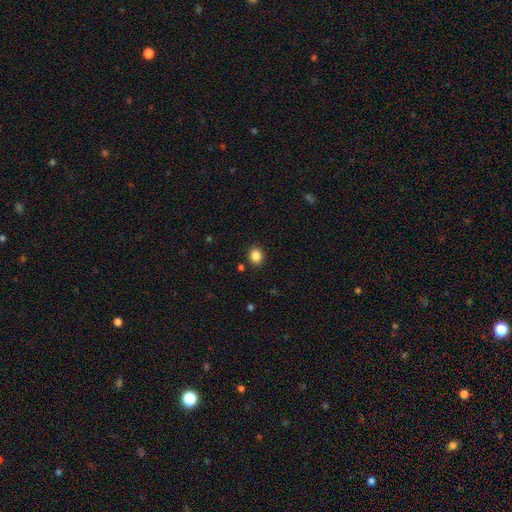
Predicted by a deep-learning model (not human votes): smooth-or-featured: smooth: 86% | star or artifact: 10% | featured or disk: 4%
  how-rounded: round: 59% | in between: 40% | cigar-shaped: 1%
  merging: none: 89% | minor disturbance: 7% | major disturbance: 2% | merger: 2%